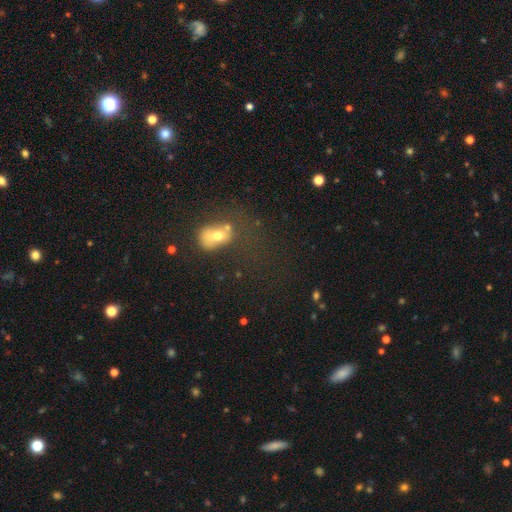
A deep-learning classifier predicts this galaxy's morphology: Smooth or featured? Predicted: smooth (p=0.48). Merging? Predicted: none (p=0.41).